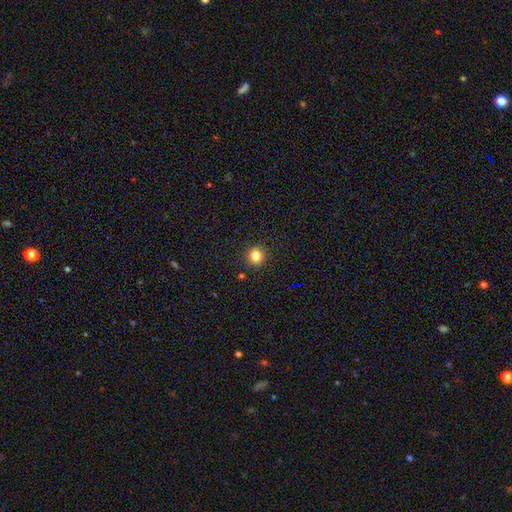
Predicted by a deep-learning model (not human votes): smooth_or_featured: smooth (p=0.82) [alt: star or artifact p=0.13]
how_rounded: round (p=0.89) [alt: in between p=0.10]
merging: none (p=0.91) [alt: minor disturbance p=0.06]